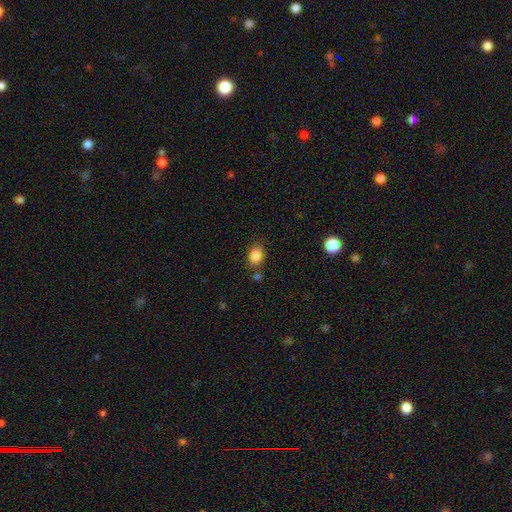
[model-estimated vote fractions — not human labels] This appears to be a smooth galaxy with no disk features (86%) that is in between round and cigar-shaped (62%). Merging: none (74%).